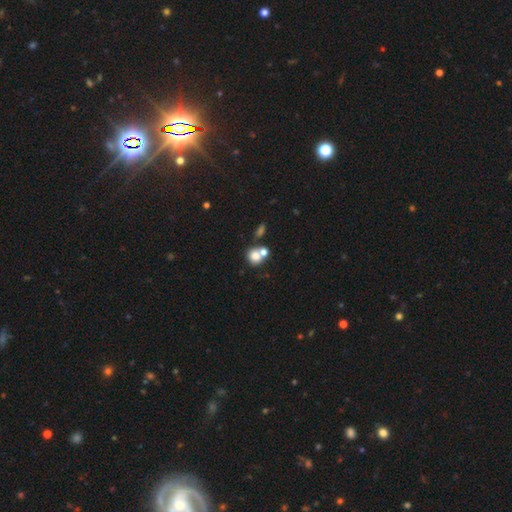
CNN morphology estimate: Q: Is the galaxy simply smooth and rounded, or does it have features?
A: smooth — 76%.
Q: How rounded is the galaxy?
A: round — 76%.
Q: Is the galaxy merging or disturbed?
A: merger — 45%.